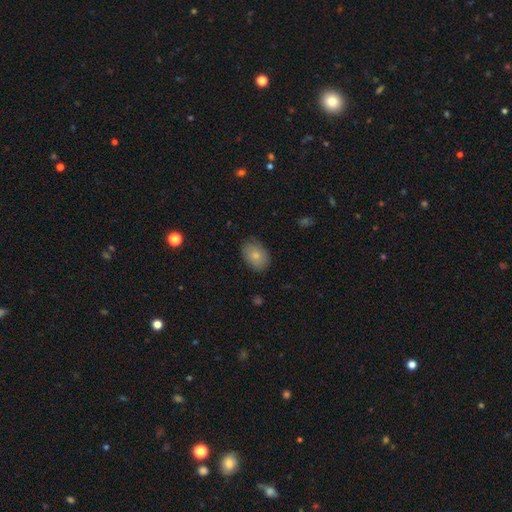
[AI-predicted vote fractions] smooth 80%, featured or disk 13%, star or artifact 7%. Down the decision tree: how rounded — in between (77%); merging — none (81%).